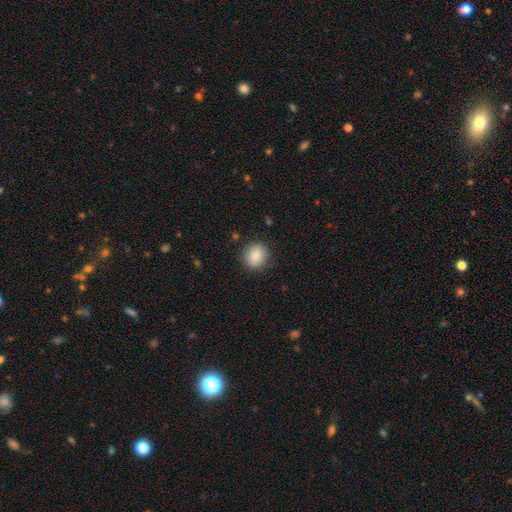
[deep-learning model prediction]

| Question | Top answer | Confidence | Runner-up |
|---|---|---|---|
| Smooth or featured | smooth | 88% | star or artifact (8%) |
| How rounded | round | 76% | in between (23%) |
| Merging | none | 88% | minor disturbance (8%) |